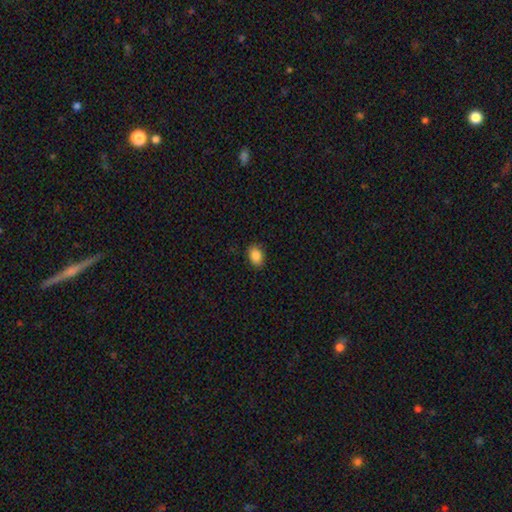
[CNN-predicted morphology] A smooth galaxy with no disk features (87%) that is in between round and cigar-shaped (76%).

Vote fractions:
- Smooth or featured? smooth: 87% / star or artifact: 8% / featured or disk: 5%
- How rounded? in between: 76% / round: 22% / cigar-shaped: 1%
- Merging? none: 88% / minor disturbance: 9% / major disturbance: 2% / merger: 1%